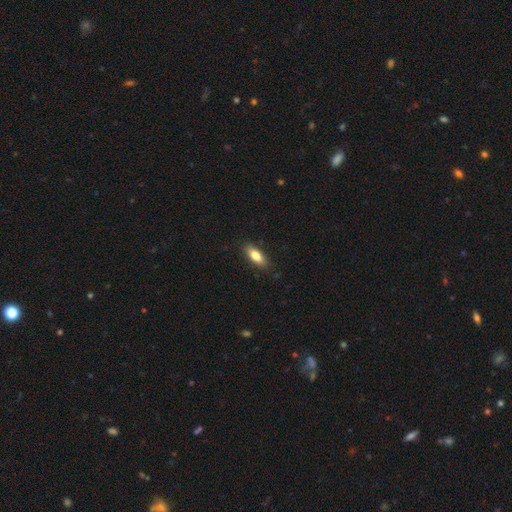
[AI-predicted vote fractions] smooth_or_featured: smooth (p=0.79) [alt: featured or disk p=0.14]
how_rounded: in between (p=0.71) [alt: cigar-shaped p=0.26]
merging: none (p=0.85) [alt: minor disturbance p=0.12]